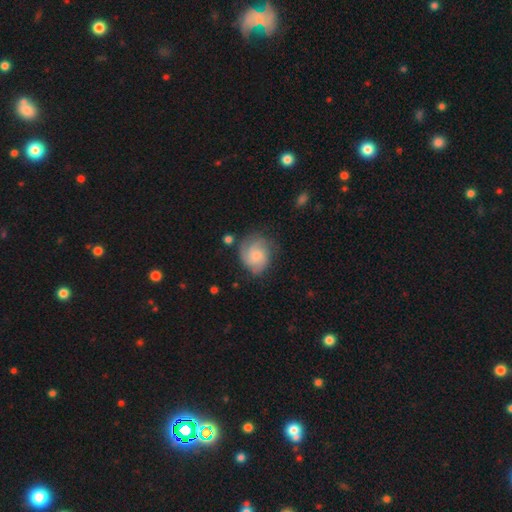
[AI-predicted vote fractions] The model was most divided on "spiral winding": tight: 43%, medium: 41%, loose: 16%. Remaining: edge-on disk — no (98%); spiral arms — yes (91%); bar — no (70%); merging — none (66%); smooth or featured — featured or disk (59%); bulge size — small (46%); spiral arm count — 3 (37%).